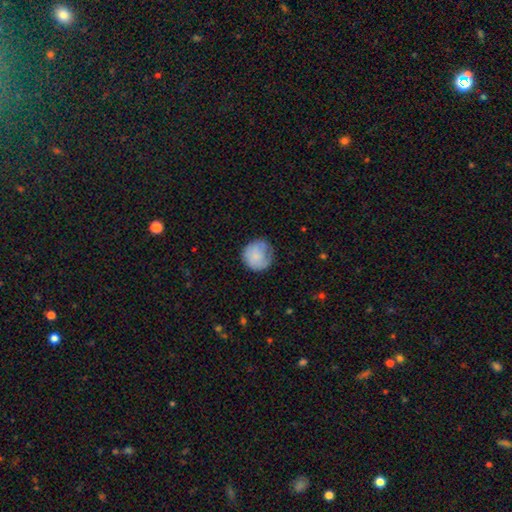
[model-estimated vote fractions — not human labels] Morphology: type=smooth (77%); roundness=round (90%); merging=none (65%).